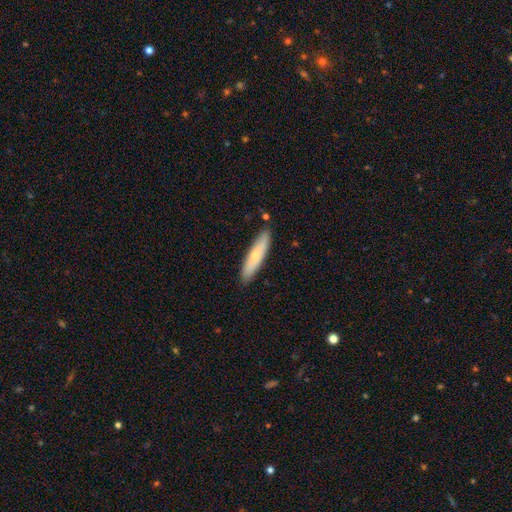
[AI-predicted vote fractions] This appears to be a smooth galaxy with no disk features (64%) that is cigar-shaped (80%). Merging: none (87%).